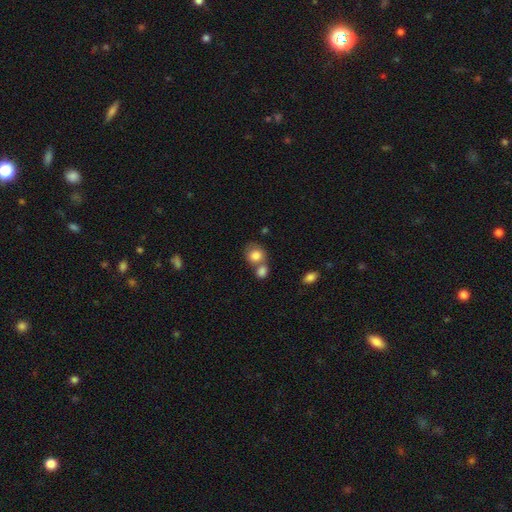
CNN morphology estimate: Overall: smooth (83%). How rounded: round (75%). Merging: merger (43%; none 42%).